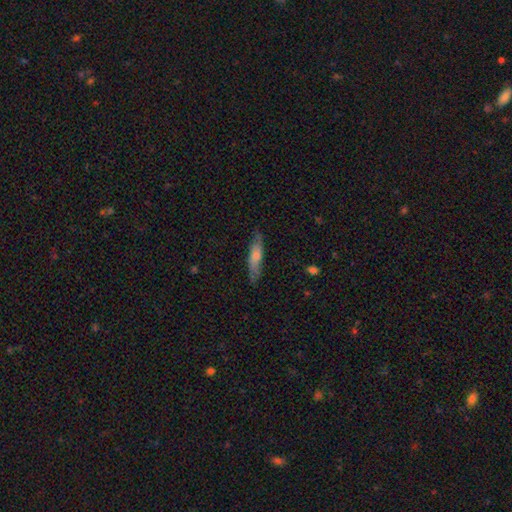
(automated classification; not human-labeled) Morphology: type=smooth (55%); roundness=cigar-shaped (77%); merging=none (79%).